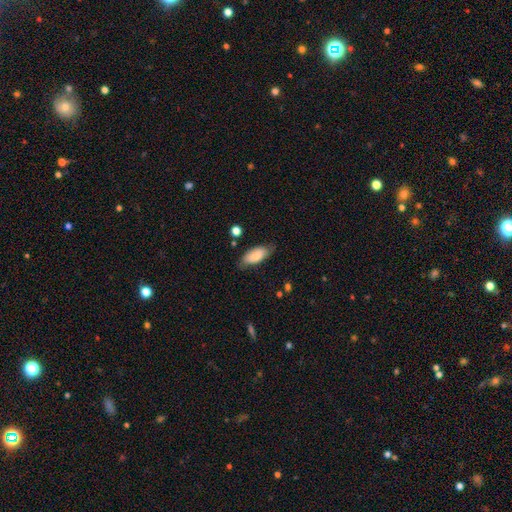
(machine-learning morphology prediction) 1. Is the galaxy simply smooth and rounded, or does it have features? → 77% smooth, 16% featured or disk, 7% star or artifact.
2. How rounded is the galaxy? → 88% in between, 10% cigar-shaped, 2% round.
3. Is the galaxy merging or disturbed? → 75% none, 20% minor disturbance, 4% major disturbance, 2% merger.